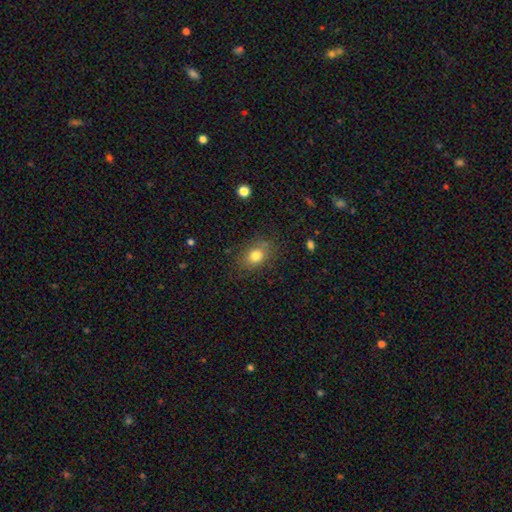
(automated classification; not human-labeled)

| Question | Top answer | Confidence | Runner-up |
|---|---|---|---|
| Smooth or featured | smooth | 78% | featured or disk (11%) |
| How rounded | in between | 61% | round (37%) |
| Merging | none | 79% | minor disturbance (14%) |